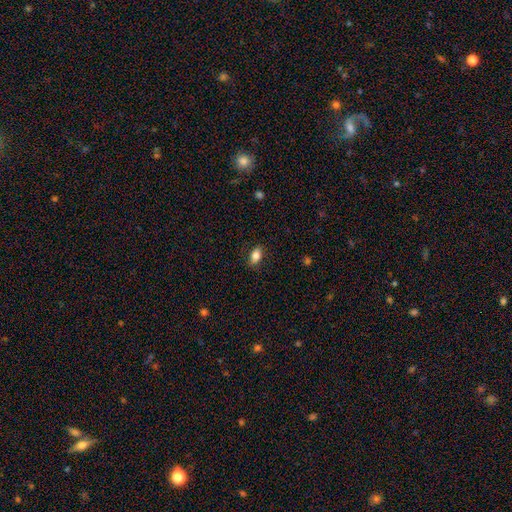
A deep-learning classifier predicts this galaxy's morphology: A smooth galaxy with no disk features (81%) that is in between round and cigar-shaped (87%). Merging: none (85%).